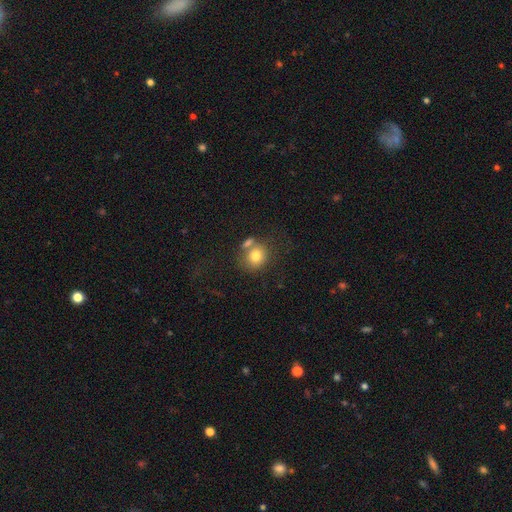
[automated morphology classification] A smooth galaxy with no disk features (77%) that is round (78%).

Vote fractions:
- Smooth or featured? smooth: 77% / featured or disk: 13% / star or artifact: 10%
- How rounded? round: 78% / in between: 21% / cigar-shaped: 1%
- Merging? none: 52% / merger: 30% / minor disturbance: 13% / major disturbance: 6%